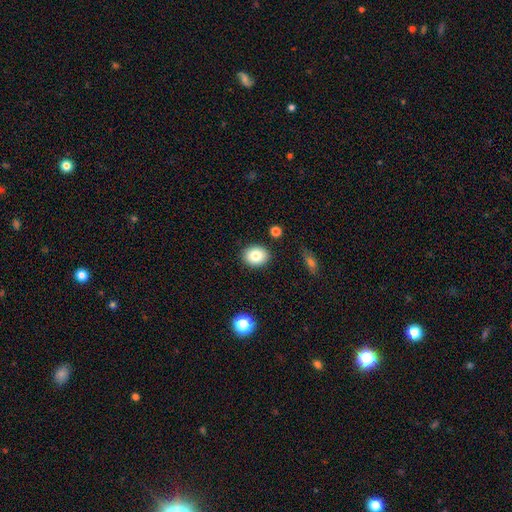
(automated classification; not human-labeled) This is clearly a smooth galaxy (83%). How rounded: possibly round (58%). Merging: clearly none (88%).